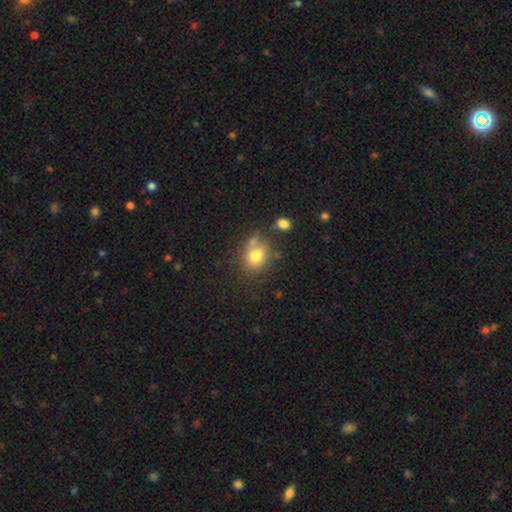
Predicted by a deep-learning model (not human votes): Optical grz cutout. It shows a smooth galaxy with no disk features (76%) that is round (64%). Merging: none (56%).